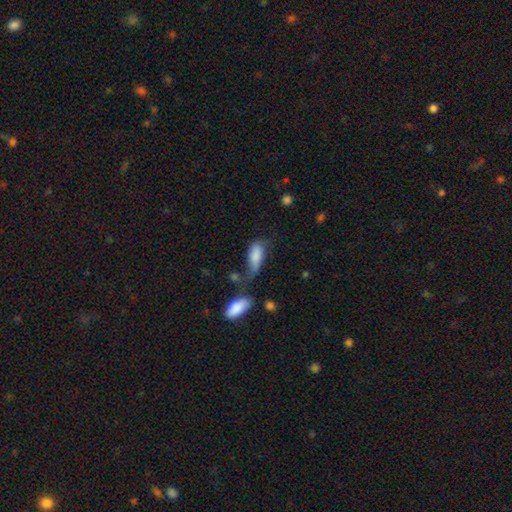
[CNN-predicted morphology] smooth 80%, featured or disk 12%, star or artifact 8%. Down the decision tree: how rounded — in between (86%); merging — major disturbance (29%).